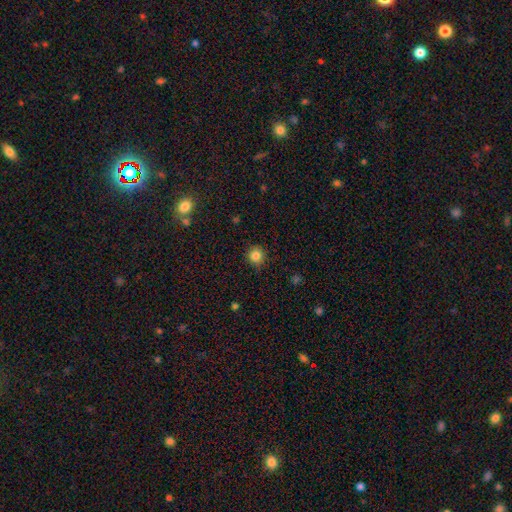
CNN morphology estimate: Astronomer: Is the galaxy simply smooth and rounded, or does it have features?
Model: smooth — 84%.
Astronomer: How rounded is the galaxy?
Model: round — 92%.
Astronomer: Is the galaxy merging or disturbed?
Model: none — 88%.